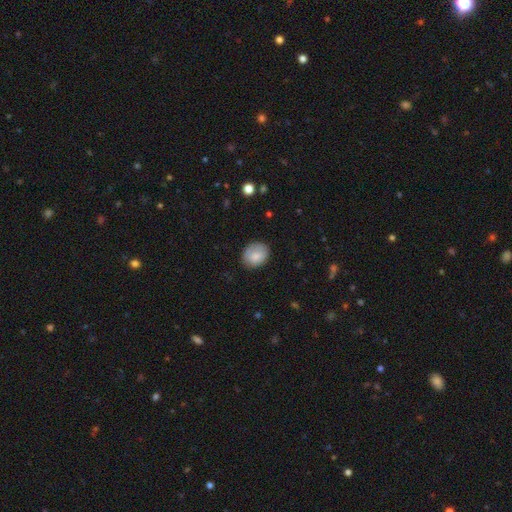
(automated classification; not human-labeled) smooth_or_featured: smooth (p=0.80) [alt: featured or disk p=0.13]
how_rounded: round (p=0.52) [alt: in between p=0.47]
merging: none (p=0.74) [alt: minor disturbance p=0.20]